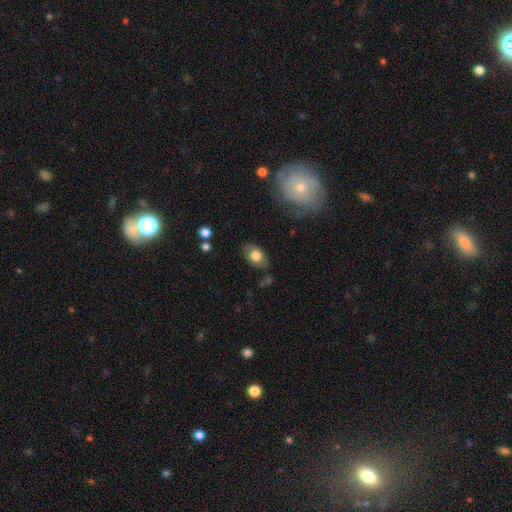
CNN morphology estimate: This is likely a smooth galaxy (75%). How rounded: clearly in between (83%). Merging: likely none (76%).